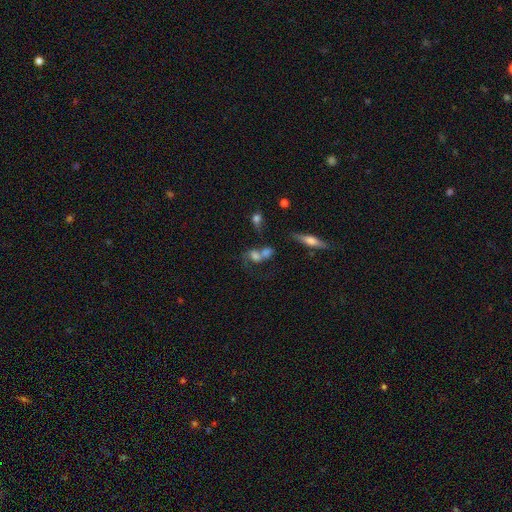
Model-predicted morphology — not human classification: smooth_or_featured: smooth (p=0.51) [alt: featured or disk p=0.34]
how_rounded: in between (p=0.55) [alt: round p=0.40]
merging: merger (p=0.52) [alt: none p=0.24]